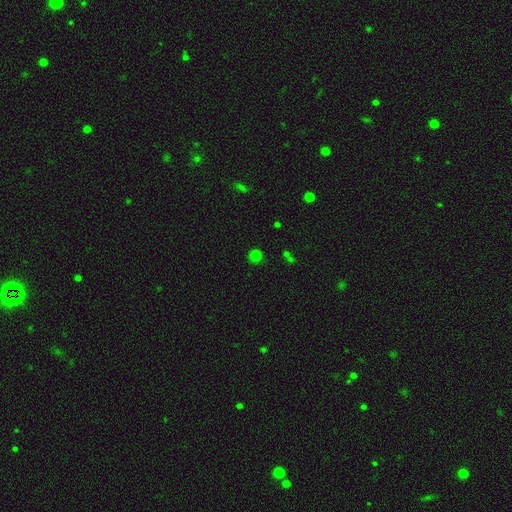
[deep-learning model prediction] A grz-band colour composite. It shows a smooth galaxy with no disk features (73%) that is round (92%). Merging: none (86%).